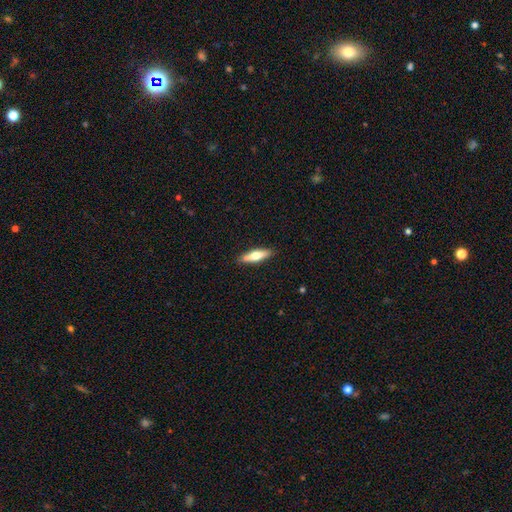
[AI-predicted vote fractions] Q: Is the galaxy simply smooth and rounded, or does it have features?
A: smooth — 59%.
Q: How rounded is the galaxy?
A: cigar-shaped — 66%.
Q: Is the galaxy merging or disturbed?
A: none — 86%.